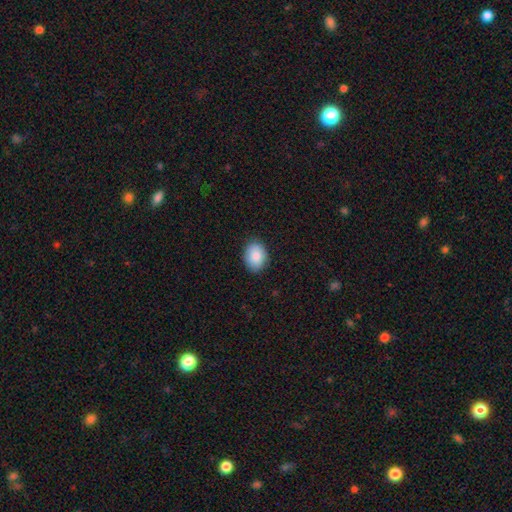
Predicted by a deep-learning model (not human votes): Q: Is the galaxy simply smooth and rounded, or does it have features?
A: smooth — 87%.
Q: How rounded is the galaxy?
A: in between — 72%.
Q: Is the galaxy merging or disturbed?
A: none — 87%.